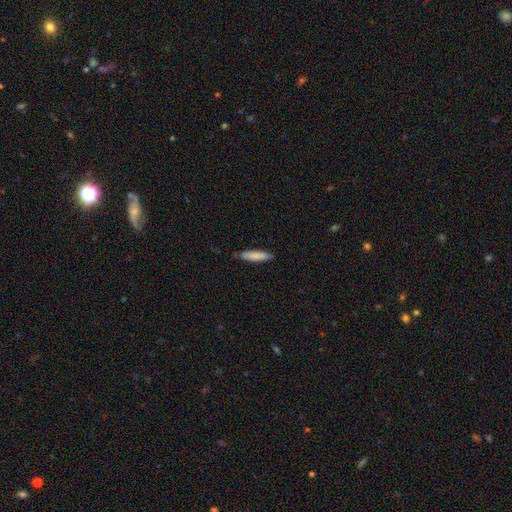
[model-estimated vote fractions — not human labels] Morphology: type=smooth (82%); roundness=cigar-shaped (80%); merging=none (84%).